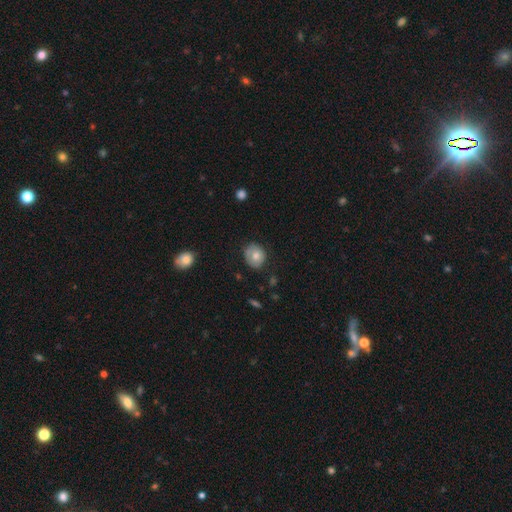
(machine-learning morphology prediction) Smooth or featured: smooth — 72% (featured or disk — 19%)
How rounded: round — 70% (in between — 29%)
Merging: none — 74% (minor disturbance — 21%)